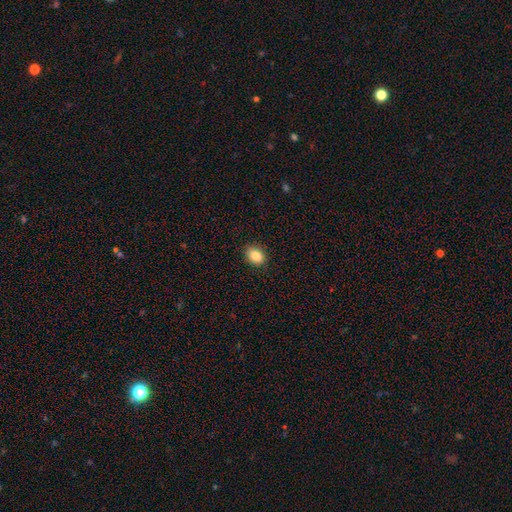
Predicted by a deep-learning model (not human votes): smooth-or-featured: smooth: 85% | star or artifact: 9% | featured or disk: 6%
  how-rounded: in between: 65% | round: 34% | cigar-shaped: 1%
  merging: none: 88% | minor disturbance: 9% | major disturbance: 2% | merger: 1%